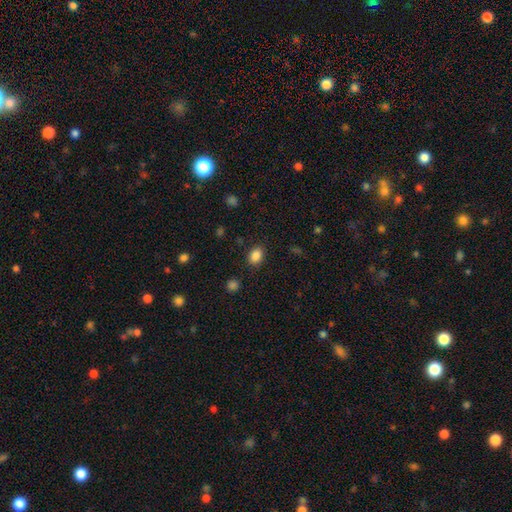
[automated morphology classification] Smooth or featured: smooth — 86% (star or artifact — 10%)
How rounded: in between — 66% (round — 33%)
Merging: none — 86% (minor disturbance — 10%)